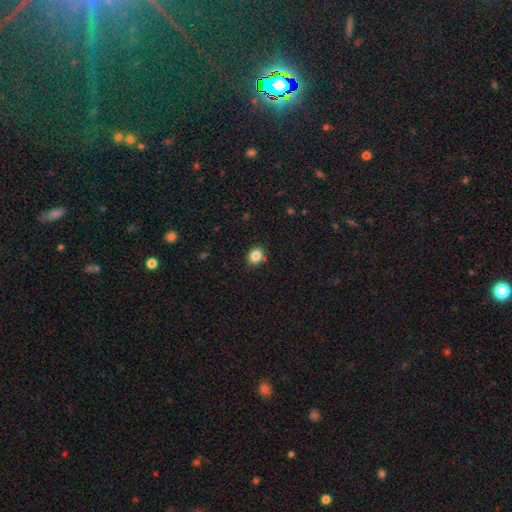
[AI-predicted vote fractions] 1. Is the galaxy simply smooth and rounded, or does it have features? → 85% smooth, 10% star or artifact, 5% featured or disk.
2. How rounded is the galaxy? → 55% in between, 45% round, 1% cigar-shaped.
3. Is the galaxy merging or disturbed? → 80% none, 13% minor disturbance, 4% merger, 3% major disturbance.